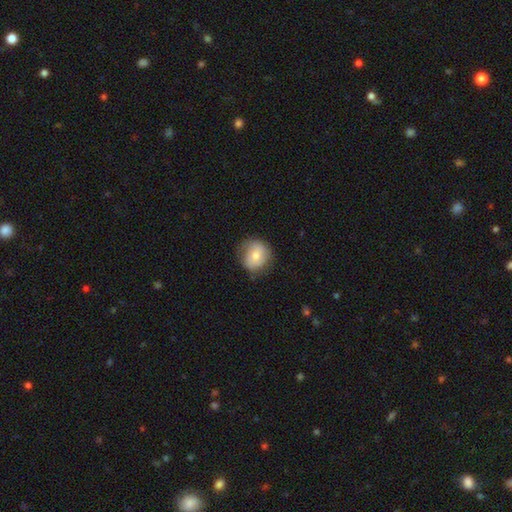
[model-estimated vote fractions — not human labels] Smooth or featured: smooth — 68% (featured or disk — 24%)
How rounded: round — 79% (in between — 20%)
Merging: none — 71% (minor disturbance — 22%)